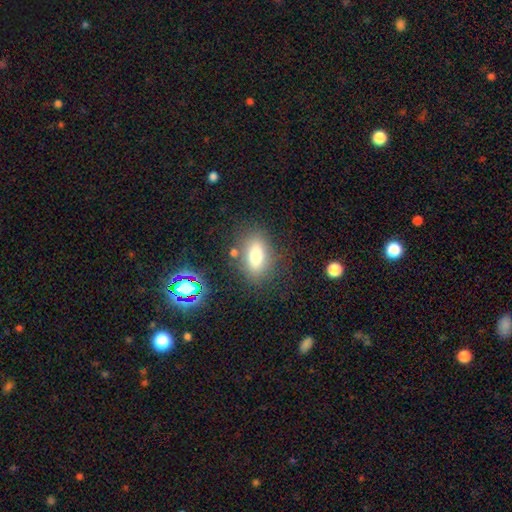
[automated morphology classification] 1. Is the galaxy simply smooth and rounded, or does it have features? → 73% smooth, 15% featured or disk, 12% star or artifact.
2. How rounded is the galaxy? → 82% in between, 10% round, 9% cigar-shaped.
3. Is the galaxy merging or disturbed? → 77% none, 13% minor disturbance, 5% major disturbance, 5% merger.